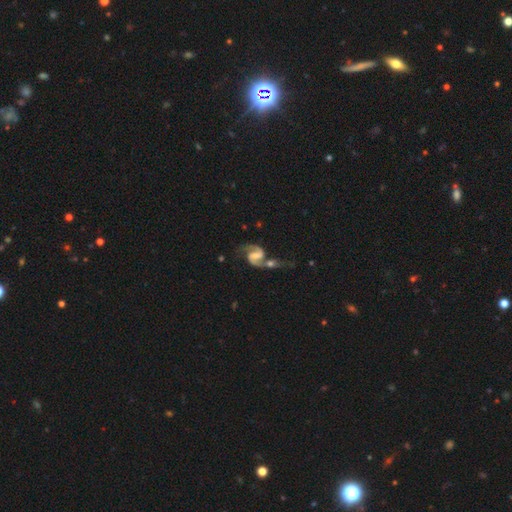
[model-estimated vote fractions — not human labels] A featured or disk galaxy (90%) with a weak bar (48%), 2 (92%) medium (51%) spiral arms (97%) and no central bulge (34%). Merging: none (41%).